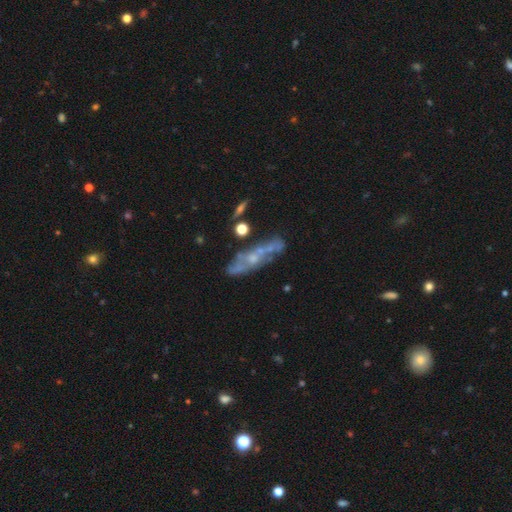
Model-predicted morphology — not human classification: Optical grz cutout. It shows a featured or disk galaxy (67%). Merging: none (63%).